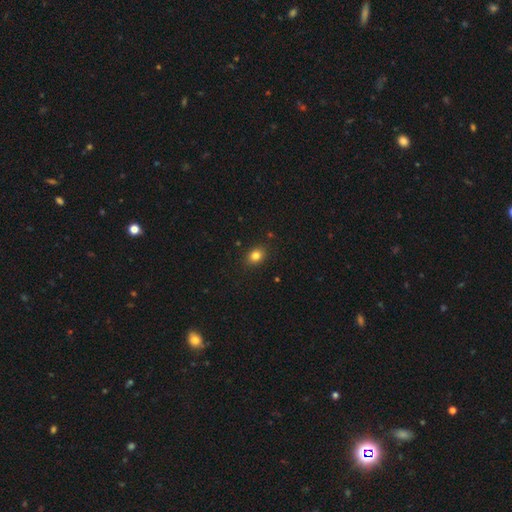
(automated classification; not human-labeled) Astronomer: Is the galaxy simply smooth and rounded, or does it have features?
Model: smooth — 82%.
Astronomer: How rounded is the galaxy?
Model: in between — 57% (runner-up: round, 42%).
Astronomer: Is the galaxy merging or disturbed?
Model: none — 88%.